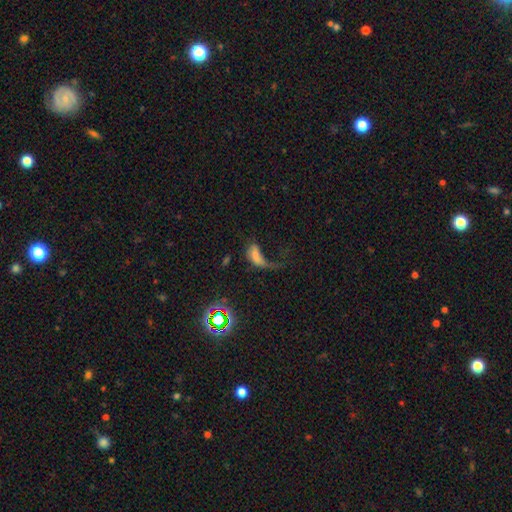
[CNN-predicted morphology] Overall: smooth (46%; featured or disk 38%). Merging: major disturbance (62%).